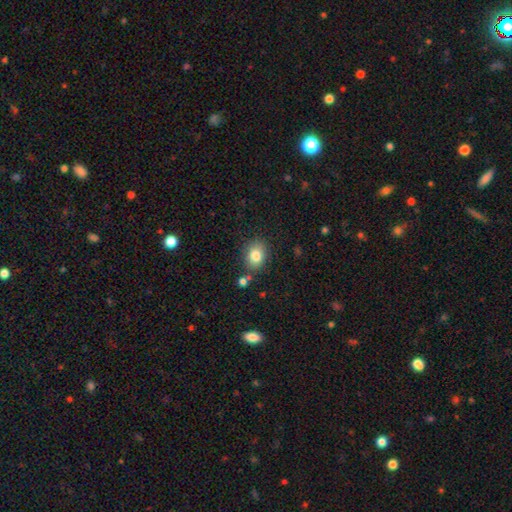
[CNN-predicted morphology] A smooth galaxy with no disk features (82%) that is in between round and cigar-shaped (60%). Merging: none (77%).